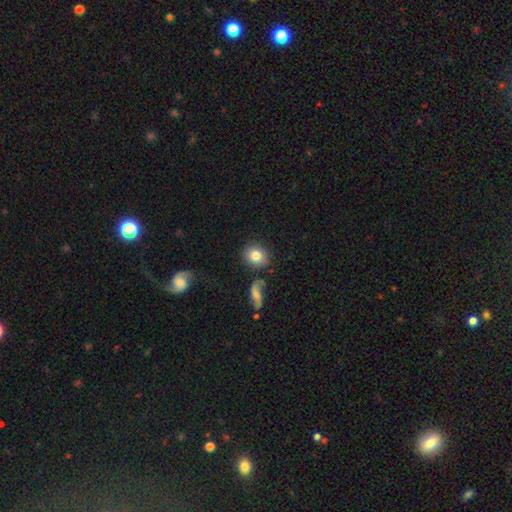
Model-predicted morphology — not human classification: Q: Smooth or featured?
A: smooth (83%); runner-up: featured or disk (9%)
Q: How rounded?
A: round (76%); runner-up: in between (22%)
Q: Merging?
A: none (77%); runner-up: minor disturbance (12%)